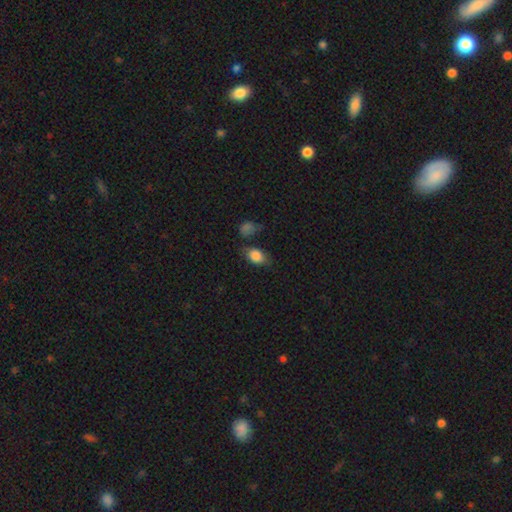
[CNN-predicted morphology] smooth_or_featured: smooth (p=0.83) [alt: star or artifact p=0.08]
how_rounded: in between (p=0.83) [alt: round p=0.15]
merging: none (p=0.64) [alt: minor disturbance p=0.21]